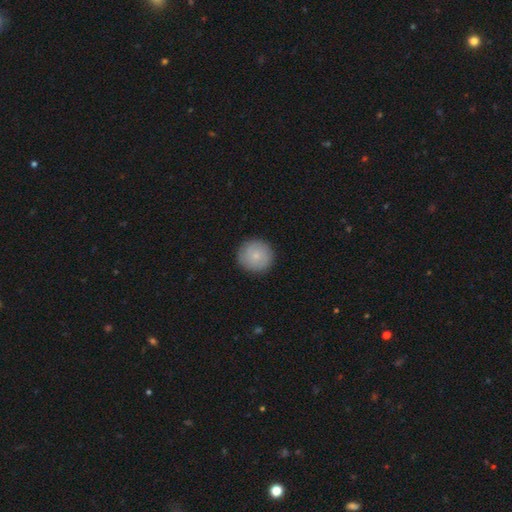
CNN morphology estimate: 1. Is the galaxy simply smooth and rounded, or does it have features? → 82% smooth, 12% featured or disk, 6% star or artifact.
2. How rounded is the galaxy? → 93% round, 6% in between, 1% cigar-shaped.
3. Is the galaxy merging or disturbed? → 90% none, 7% minor disturbance, 2% major disturbance, 1% merger.